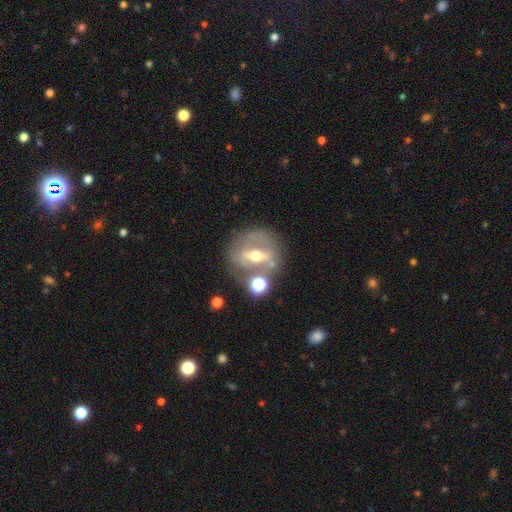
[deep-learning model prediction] Smooth or featured: featured or disk — 73% (smooth — 18%)
Edge-on disk: no — 82% (yes — 18%)
Bar: strong — 63% (weak — 23%)
Spiral arms: no — 71% (yes — 29%)
Bulge size: moderate — 68% (small — 25%)
Merging: none — 67% (minor disturbance — 14%)